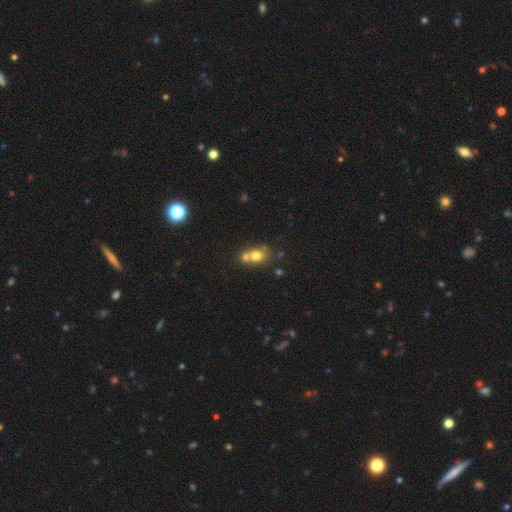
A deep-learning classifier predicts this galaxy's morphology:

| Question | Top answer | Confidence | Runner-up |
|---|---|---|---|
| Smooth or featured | smooth | 72% | featured or disk (16%) |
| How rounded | round | 57% | in between (41%) |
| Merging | merger | 50% | none (38%) |